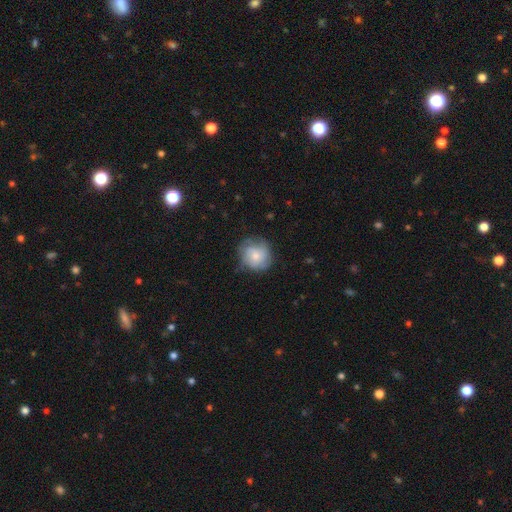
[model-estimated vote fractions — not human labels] Morphology: type=smooth (55%); roundness=round (87%); merging=none (69%).